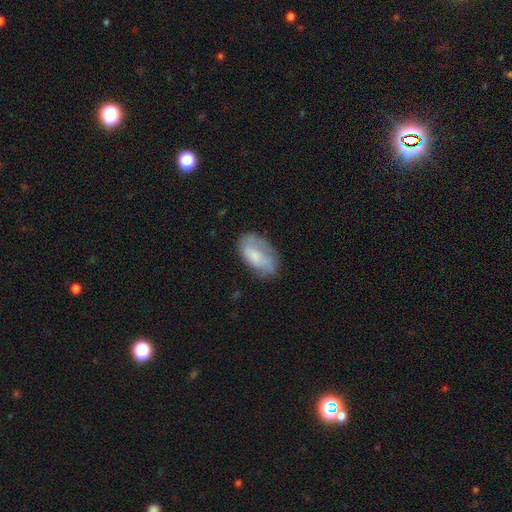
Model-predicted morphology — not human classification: Smooth or featured? Predicted: smooth (p=0.62). How rounded? Predicted: in between (p=0.93). Merging? Predicted: none (p=0.58).